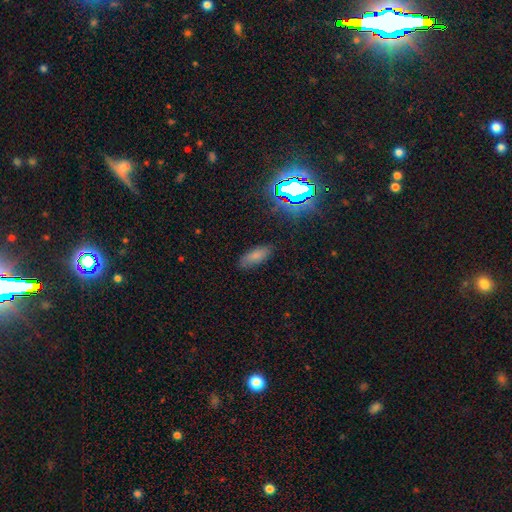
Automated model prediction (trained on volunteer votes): Morphology: type=smooth (75%); roundness=in between (77%); merging=none (84%).